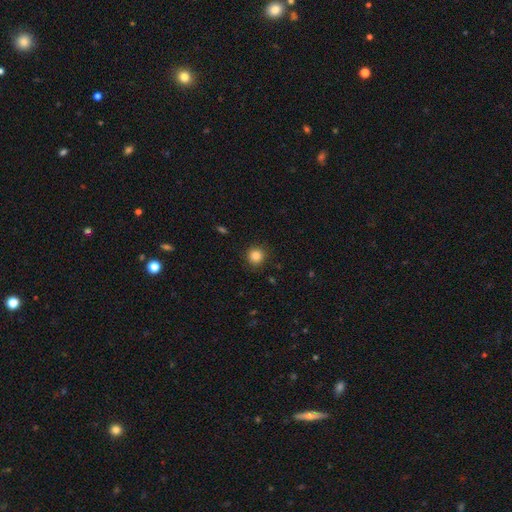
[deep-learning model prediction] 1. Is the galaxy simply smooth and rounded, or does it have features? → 85% smooth, 11% star or artifact, 4% featured or disk.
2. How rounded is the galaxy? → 94% round, 5% in between, 1% cigar-shaped.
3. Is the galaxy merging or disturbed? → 90% none, 7% minor disturbance, 2% major disturbance, 1% merger.